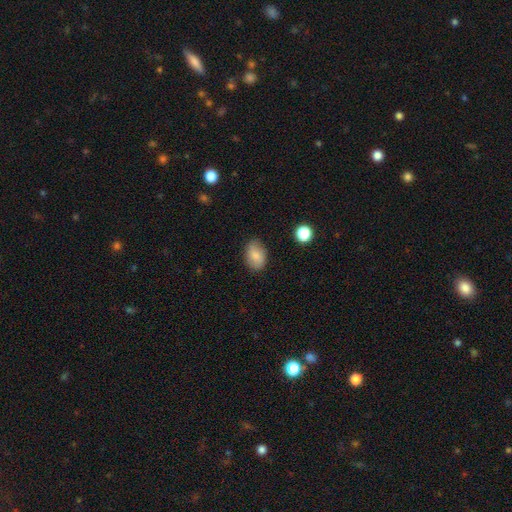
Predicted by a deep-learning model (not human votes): smooth_or_featured: smooth (p=0.80) [alt: featured or disk p=0.11]
how_rounded: in between (p=0.80) [alt: round p=0.19]
merging: none (p=0.81) [alt: minor disturbance p=0.14]